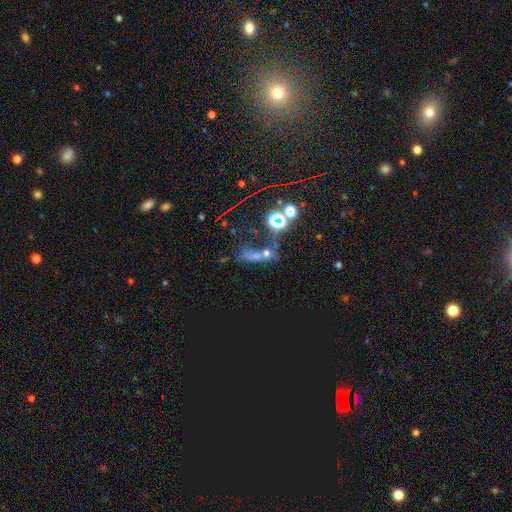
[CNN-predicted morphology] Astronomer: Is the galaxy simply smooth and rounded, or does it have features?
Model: star or artifact — 54%.